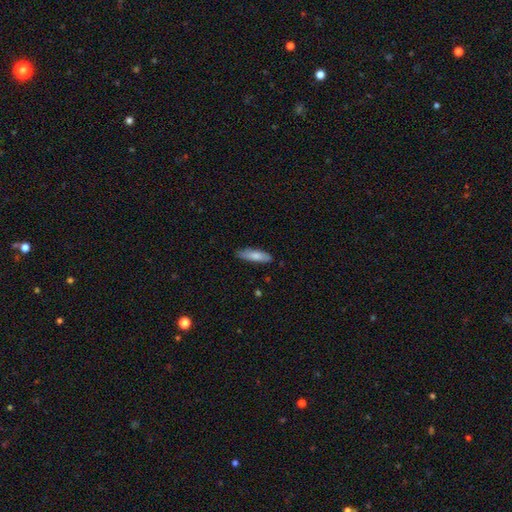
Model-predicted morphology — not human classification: This appears to be a smooth galaxy with no disk features (77%) that is cigar-shaped (58%). Merging: none (82%).